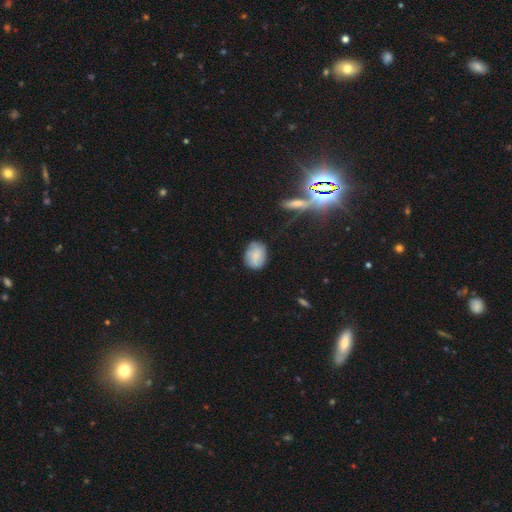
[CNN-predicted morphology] smooth 72%, featured or disk 20%, star or artifact 9%. Down the decision tree: how rounded — in between (63%); merging — none (76%).